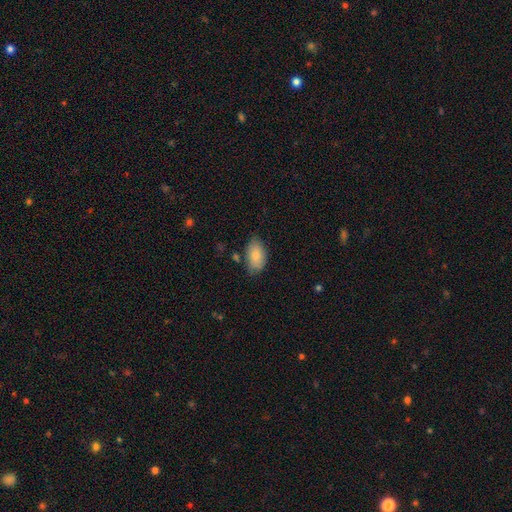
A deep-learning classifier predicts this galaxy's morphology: Smooth or featured? smooth (84%)
How rounded? in between (93%)
Merging? none (73%)